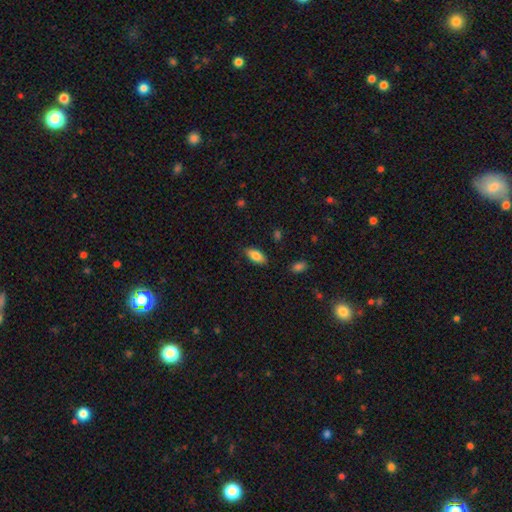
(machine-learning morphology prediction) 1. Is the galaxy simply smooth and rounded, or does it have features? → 81% smooth, 11% featured or disk, 7% star or artifact.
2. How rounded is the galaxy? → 89% in between, 8% cigar-shaped, 3% round.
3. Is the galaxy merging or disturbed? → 85% none, 11% minor disturbance, 2% major disturbance, 1% merger.